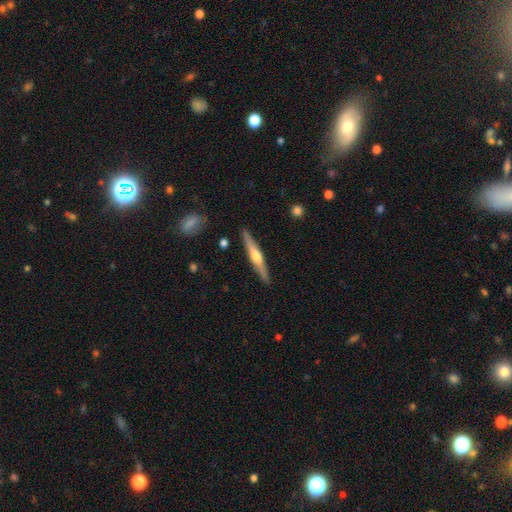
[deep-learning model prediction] Morphology: type=featured or disk (65%); edge-on=yes (97%); edge-on bulge=rounded (83%); merging=none (89%).